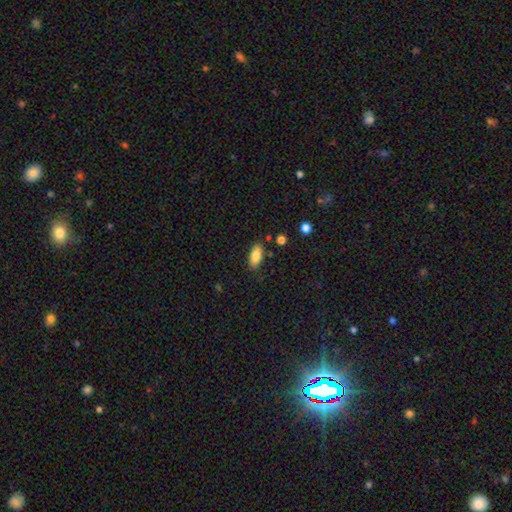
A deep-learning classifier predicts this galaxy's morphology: Smooth or featured: smooth — 85% (featured or disk — 8%)
How rounded: in between — 87% (cigar-shaped — 11%)
Merging: none — 84% (minor disturbance — 11%)